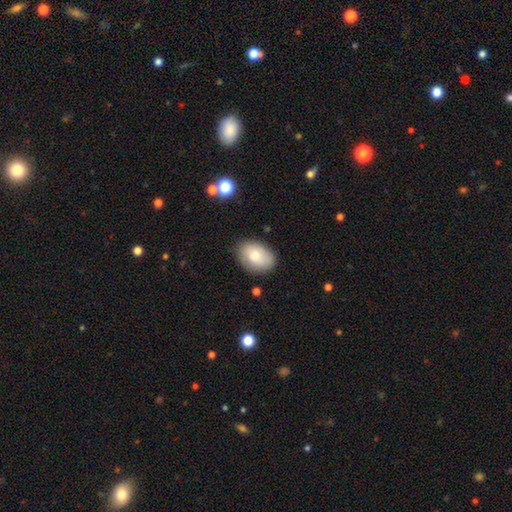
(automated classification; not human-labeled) This is likely a smooth galaxy (79%). How rounded: clearly in between (82%). Merging: clearly none (82%).